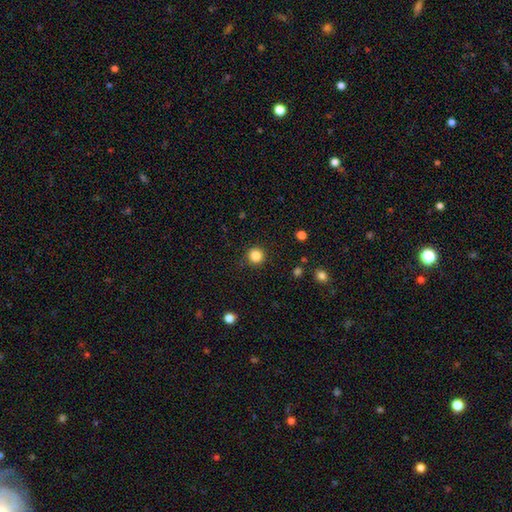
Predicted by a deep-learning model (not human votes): Smooth or featured? smooth (85%)
How rounded? round (95%)
Merging? none (91%)